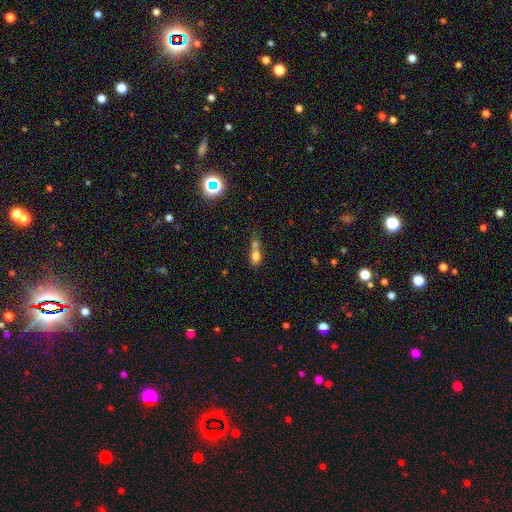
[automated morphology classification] This appears to be a smooth galaxy with no disk features (73%) that is in between round and cigar-shaped (67%). Merging: merger (61%).